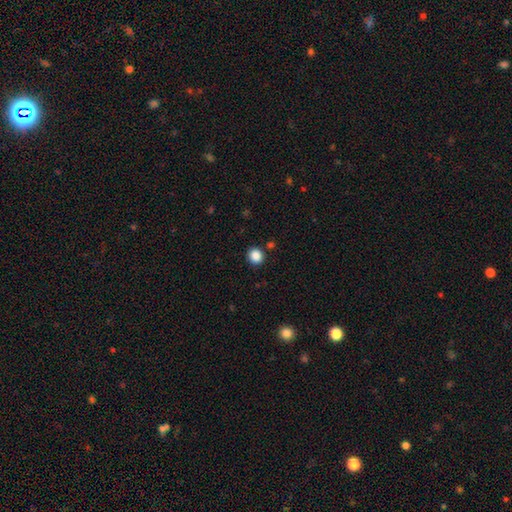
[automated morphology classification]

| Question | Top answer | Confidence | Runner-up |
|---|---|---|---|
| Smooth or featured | smooth | 87% | star or artifact (10%) |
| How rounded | round | 85% | in between (14%) |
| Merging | none | 89% | minor disturbance (7%) |